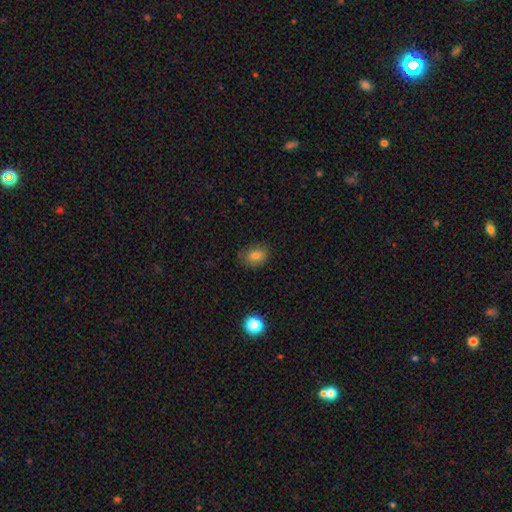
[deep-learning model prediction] A smooth galaxy with no disk features (78%) that is round (53%).

Vote fractions:
- Smooth or featured? smooth: 78% / star or artifact: 12% / featured or disk: 10%
- How rounded? round: 53% / in between: 46% / cigar-shaped: 1%
- Merging? none: 77% / minor disturbance: 18% / major disturbance: 4% / merger: 1%